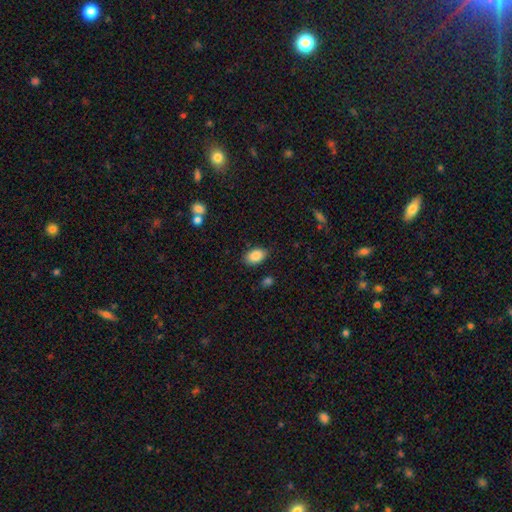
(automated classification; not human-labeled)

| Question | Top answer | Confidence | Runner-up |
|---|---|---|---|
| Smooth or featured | smooth | 88% | star or artifact (8%) |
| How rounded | in between | 89% | round (10%) |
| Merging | none | 82% | minor disturbance (13%) |